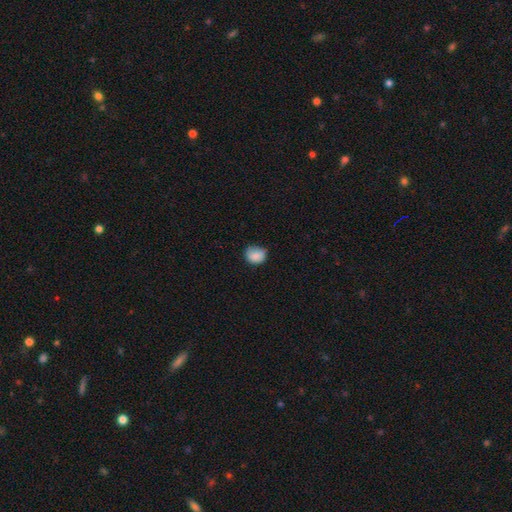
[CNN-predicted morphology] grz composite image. It shows a smooth galaxy with no disk features (85%) that is round (65%). Merging: none (64%).